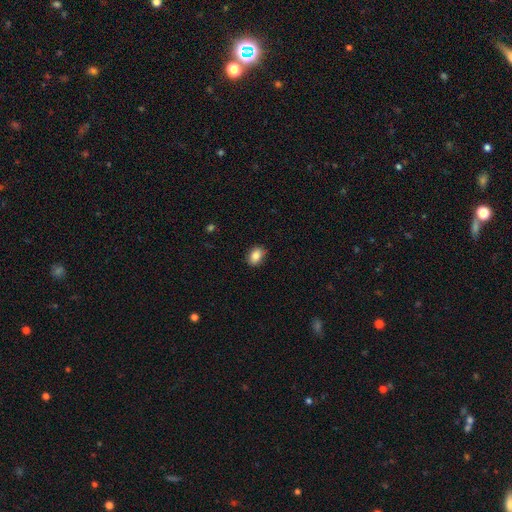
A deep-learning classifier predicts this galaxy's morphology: type=smooth (87%); roundness=in between (79%); merging=none (87%).